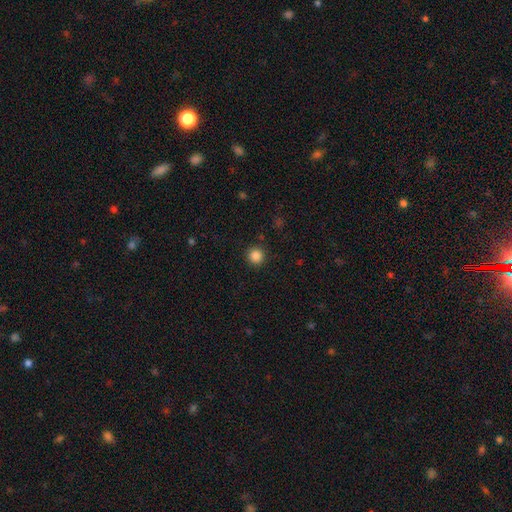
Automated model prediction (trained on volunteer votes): Smooth or featured?
  - smooth: 86% *
  - star or artifact: 11%
  - featured or disk: 3%
How rounded?
  - round: 94% *
  - in between: 5%
  - cigar-shaped: 1%
Merging?
  - none: 92% *
  - minor disturbance: 5%
  - major disturbance: 2%
  - merger: 1%